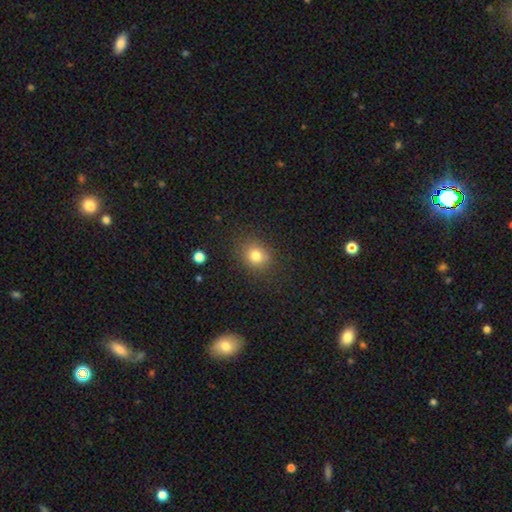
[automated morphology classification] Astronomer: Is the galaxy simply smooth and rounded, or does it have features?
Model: smooth — 80%.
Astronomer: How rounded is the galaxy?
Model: round — 69%.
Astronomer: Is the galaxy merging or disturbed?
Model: none — 84%.